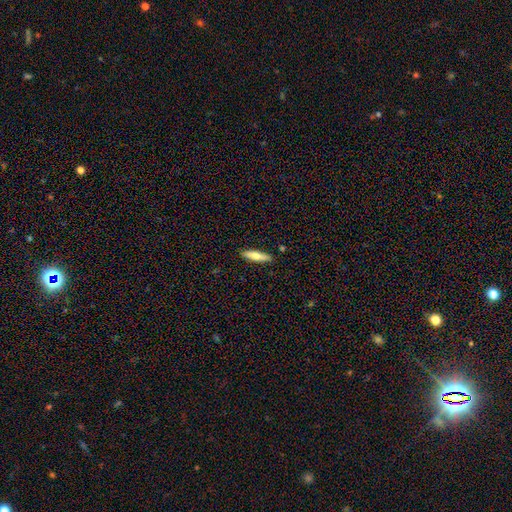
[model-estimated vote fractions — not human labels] Smooth or featured? Predicted: smooth (p=0.66). How rounded? Predicted: cigar-shaped (p=0.74). Merging? Predicted: none (p=0.89).